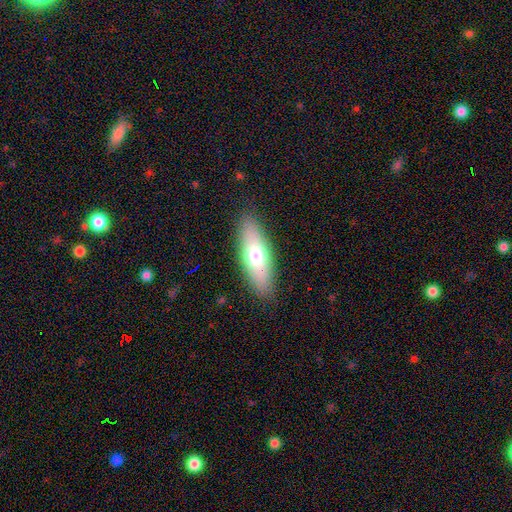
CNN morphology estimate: The model was most divided on "how rounded": in between: 60%, cigar-shaped: 37%, round: 3%. More confident: merging — none (87%); smooth or featured — smooth (65%).